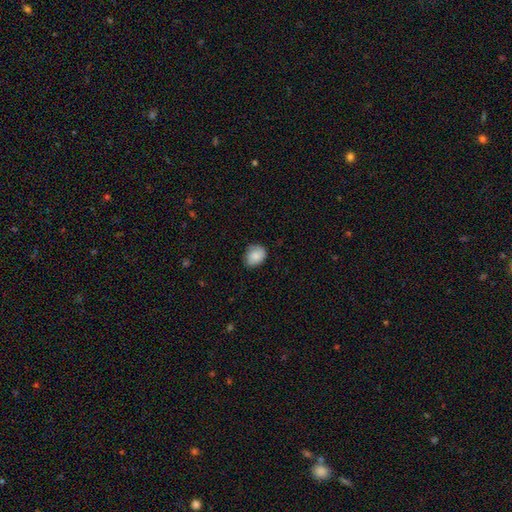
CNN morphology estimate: A smooth galaxy with no disk features (84%) that is round (52%).

Vote fractions:
- Smooth or featured? smooth: 84% / featured or disk: 8% / star or artifact: 7%
- How rounded? round: 52% / in between: 47% / cigar-shaped: 1%
- Merging? none: 73% / minor disturbance: 22% / major disturbance: 4% / merger: 1%